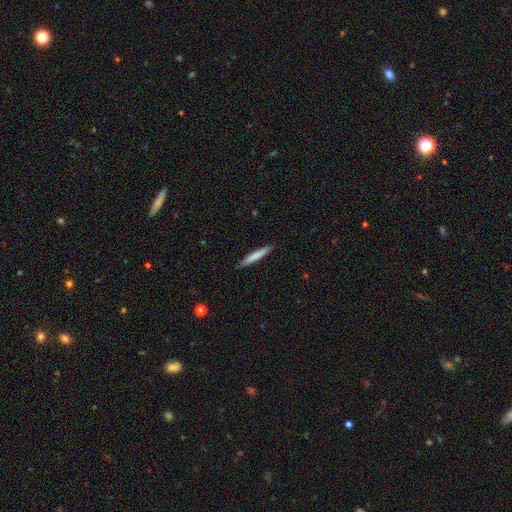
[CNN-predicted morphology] Smooth or featured: smooth — 75% (featured or disk — 20%)
How rounded: cigar-shaped — 95% (in between — 4%)
Merging: none — 90% (minor disturbance — 8%)